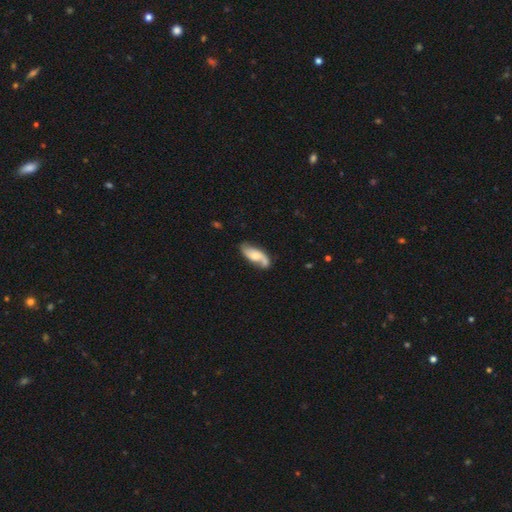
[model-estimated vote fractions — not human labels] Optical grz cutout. It shows a featured or disk galaxy (65%) with no bar (62%), 2 (79%) loose (50%) spiral arms (91%) and a moderate central bulge (51%). Merging: none (64%).